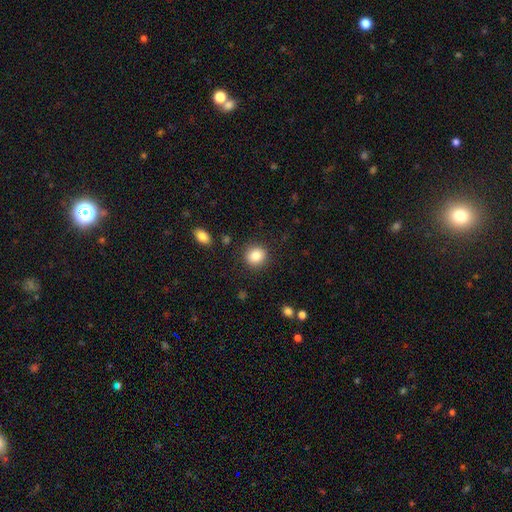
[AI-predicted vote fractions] smooth-or-featured: smooth: 85% | star or artifact: 9% | featured or disk: 6%
  how-rounded: round: 79% | in between: 20% | cigar-shaped: 1%
  merging: none: 88% | minor disturbance: 8% | major disturbance: 3% | merger: 2%